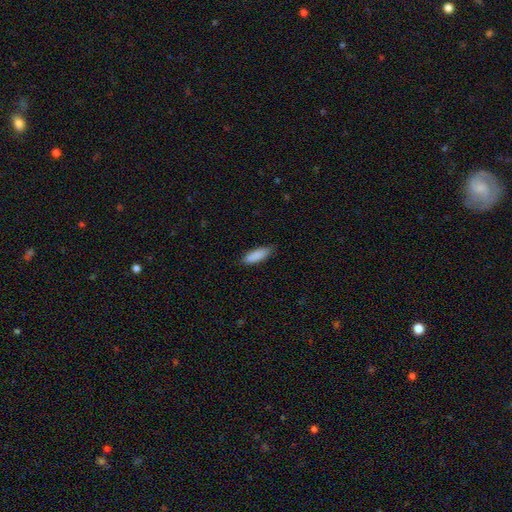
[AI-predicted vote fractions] This is clearly a smooth galaxy (89%). How rounded: possibly in between (52%). Merging: clearly none (83%).